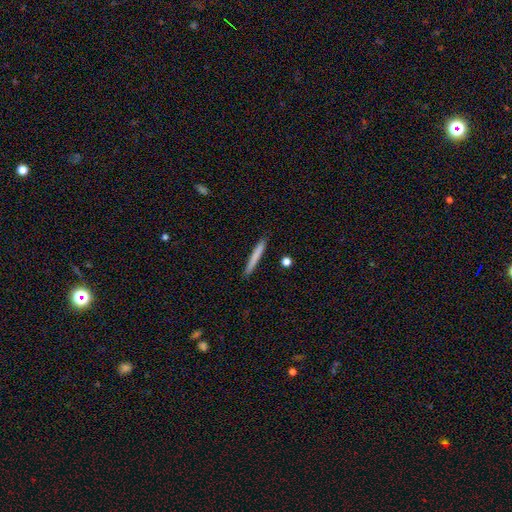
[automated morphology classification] A smooth galaxy with no disk features (75%) that is cigar-shaped (96%). Merging: none (90%).